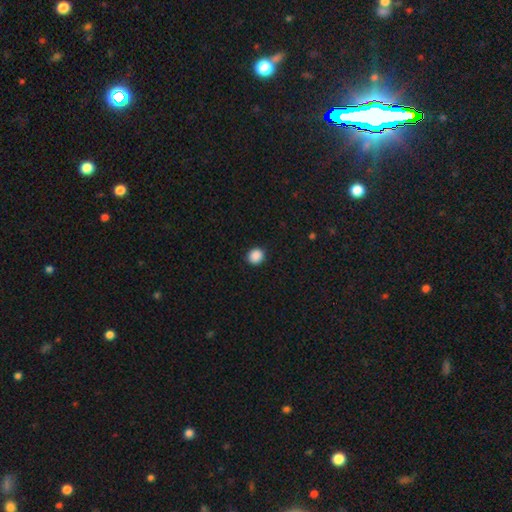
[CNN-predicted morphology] A smooth galaxy with no disk features (89%) that is round (85%).

Vote fractions:
- Smooth or featured? smooth: 89% / star or artifact: 9% / featured or disk: 2%
- How rounded? round: 85% / in between: 14% / cigar-shaped: 1%
- Merging? none: 91% / minor disturbance: 6% / major disturbance: 2% / merger: 1%